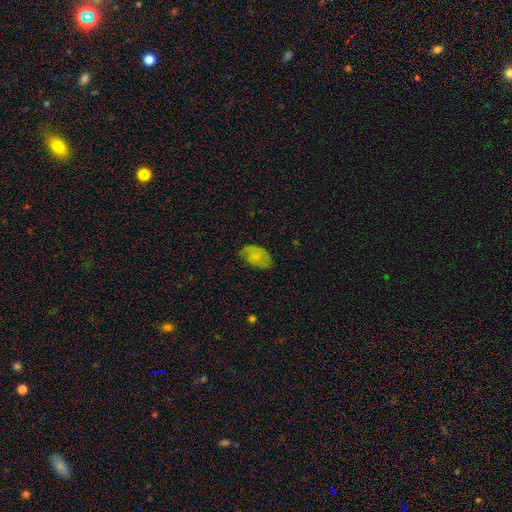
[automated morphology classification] Smooth or featured? smooth (55%)
How rounded? in between (89%)
Merging? none (66%)